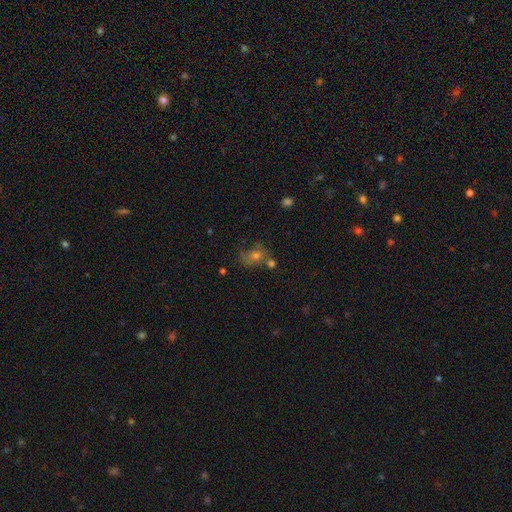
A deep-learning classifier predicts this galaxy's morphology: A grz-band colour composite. It shows a smooth galaxy with no disk features (54%) that is round (52%). Merging: none (54%).